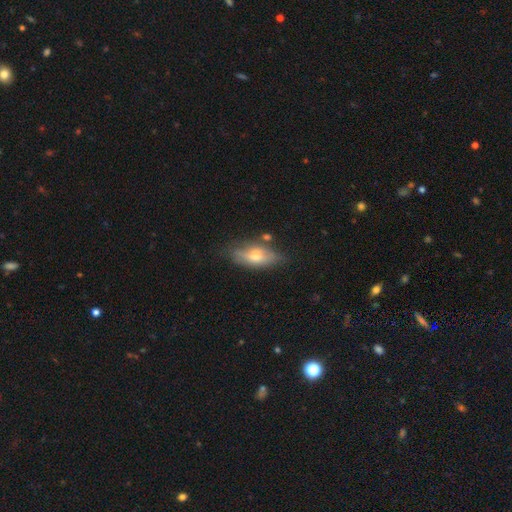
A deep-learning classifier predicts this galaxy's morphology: Smooth or featured?
  - smooth: 51% *
  - featured or disk: 41%
  - star or artifact: 8%
How rounded?
  - in between: 74% *
  - cigar-shaped: 22%
  - round: 4%
Merging?
  - none: 69% *
  - minor disturbance: 20%
  - major disturbance: 5%
  - merger: 5%